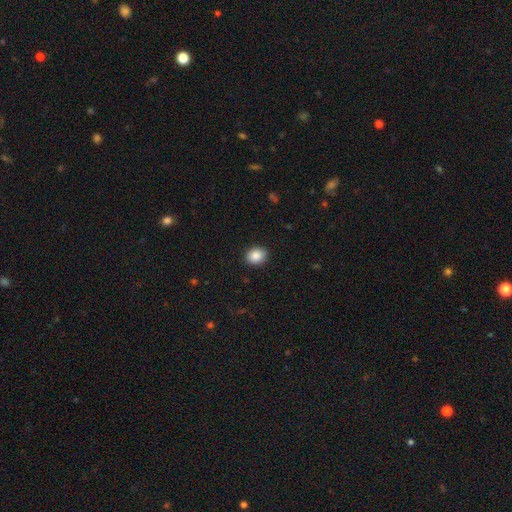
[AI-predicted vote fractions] Smooth or featured: smooth — 88% (star or artifact — 8%)
How rounded: round — 56% (in between — 43%)
Merging: none — 90% (minor disturbance — 7%)